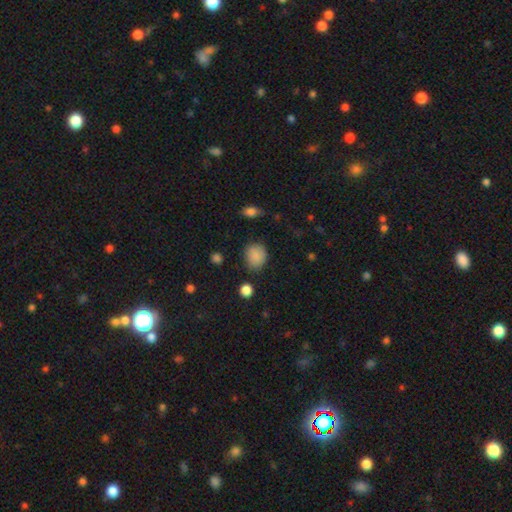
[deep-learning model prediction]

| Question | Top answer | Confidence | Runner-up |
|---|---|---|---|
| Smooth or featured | smooth | 86% | star or artifact (10%) |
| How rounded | round | 70% | in between (29%) |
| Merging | none | 76% | minor disturbance (17%) |